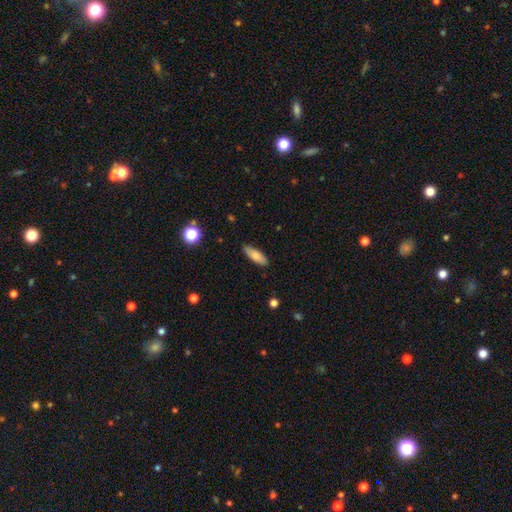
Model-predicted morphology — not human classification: Smooth or featured? smooth (79%)
How rounded? in between (59%)
Merging? none (87%)